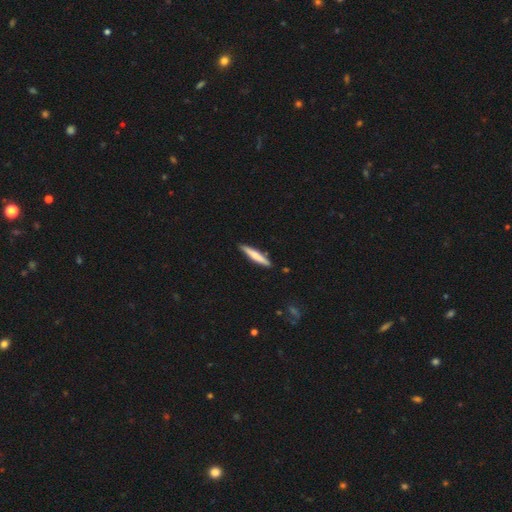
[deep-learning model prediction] The model was most divided on "smooth or featured": smooth: 62%, featured or disk: 33%, star or artifact: 5%. More confident: how rounded — cigar-shaped (92%); merging — none (89%).